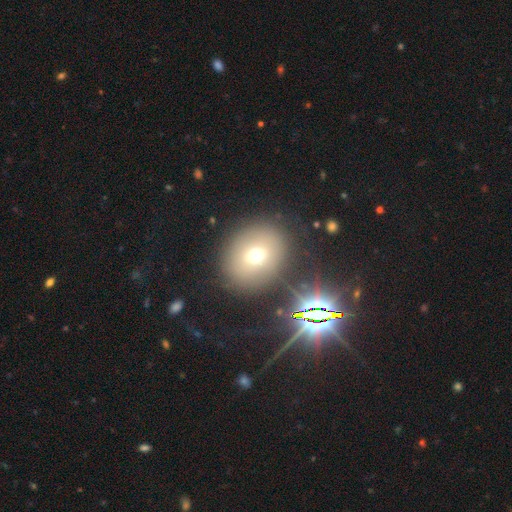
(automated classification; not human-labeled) Smooth or featured: smooth — 62% (star or artifact — 20%)
How rounded: round — 60% (in between — 39%)
Merging: none — 82% (minor disturbance — 10%)